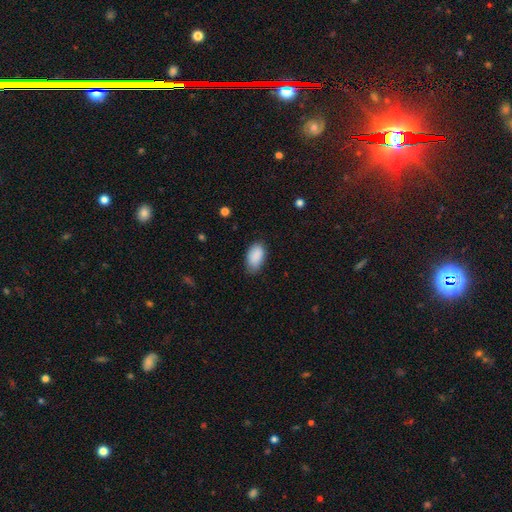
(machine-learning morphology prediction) This appears to be a smooth galaxy with no disk features (89%) that is in between round and cigar-shaped (94%). Merging: none (74%).